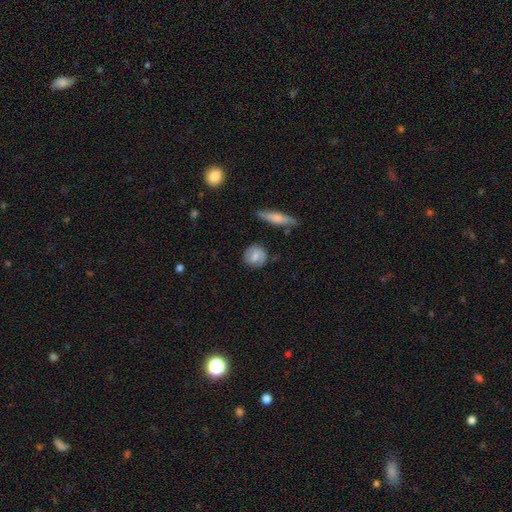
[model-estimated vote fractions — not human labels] Smooth or featured? Predicted: smooth (p=0.48). Merging? Predicted: none (p=0.80).